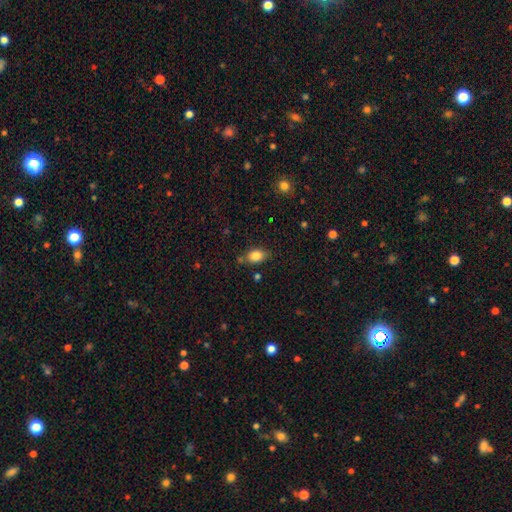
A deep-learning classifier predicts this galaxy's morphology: Smooth or featured? smooth (83%)
How rounded? in between (81%)
Merging? none (74%)